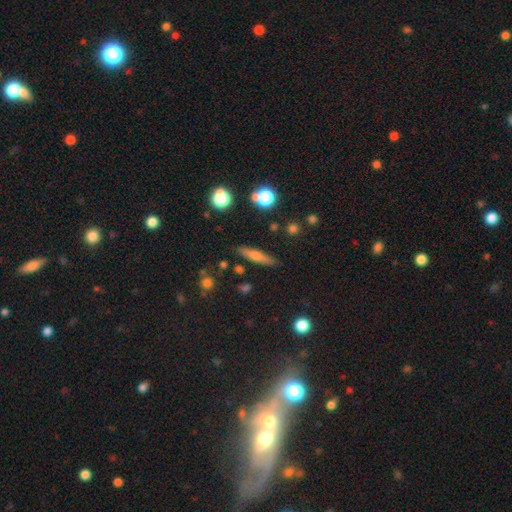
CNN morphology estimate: Smooth or featured?
  - smooth: 56% *
  - featured or disk: 35%
  - star or artifact: 9%
How rounded?
  - cigar-shaped: 84% *
  - in between: 13%
  - round: 3%
Merging?
  - none: 86% *
  - minor disturbance: 9%
  - merger: 3%
  - major disturbance: 2%